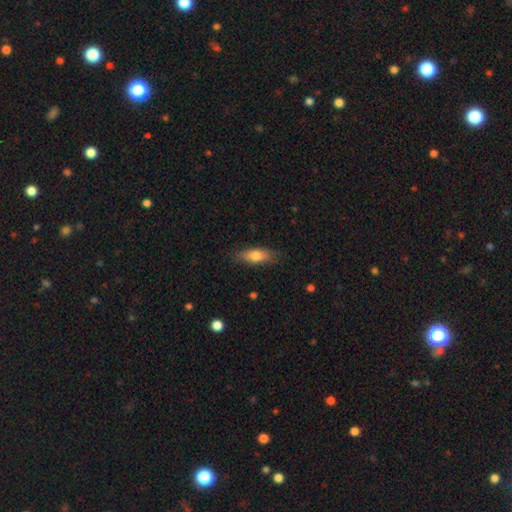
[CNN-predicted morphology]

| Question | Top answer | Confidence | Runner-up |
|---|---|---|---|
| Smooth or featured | smooth | 74% | featured or disk (20%) |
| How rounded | in between | 63% | cigar-shaped (34%) |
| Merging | none | 82% | minor disturbance (14%) |